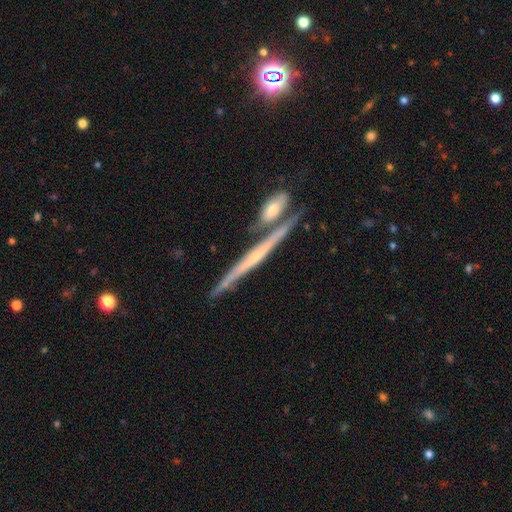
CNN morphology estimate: This is likely a featured or disk galaxy (75%). It is clearly viewed edge-on (96%). Edge-on bulge: possibly none (50%). Merging: likely none (72%).